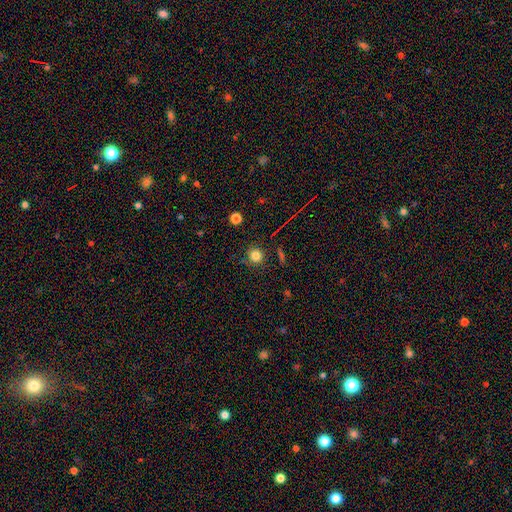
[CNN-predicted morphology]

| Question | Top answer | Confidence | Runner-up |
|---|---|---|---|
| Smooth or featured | smooth | 79% | star or artifact (14%) |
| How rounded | round | 91% | in between (8%) |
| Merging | none | 84% | minor disturbance (10%) |